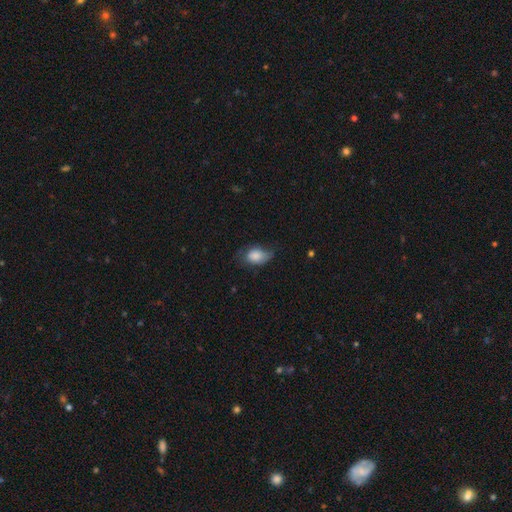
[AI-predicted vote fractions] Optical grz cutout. It shows a smooth galaxy with no disk features (80%) that is in between round and cigar-shaped (84%). Merging: none (47%).